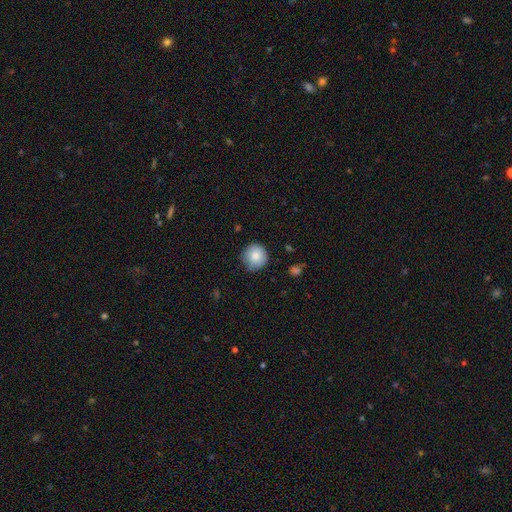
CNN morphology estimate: Q: Smooth or featured?
A: smooth (86%); runner-up: star or artifact (8%)
Q: How rounded?
A: round (94%); runner-up: in between (5%)
Q: Merging?
A: none (79%); runner-up: minor disturbance (17%)